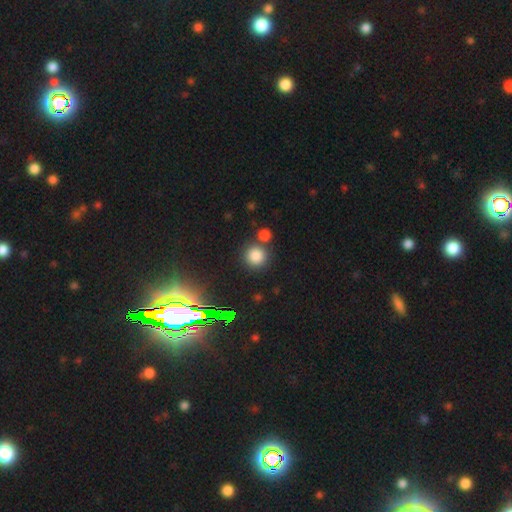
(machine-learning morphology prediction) This appears to be a smooth galaxy with no disk features (80%) that is round (92%). Merging: none (73%).